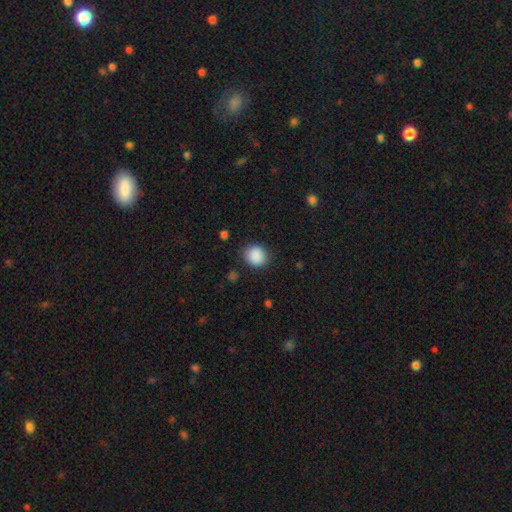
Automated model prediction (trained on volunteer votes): This appears to be a smooth galaxy with no disk features (89%) that is round (78%). Merging: none (87%).